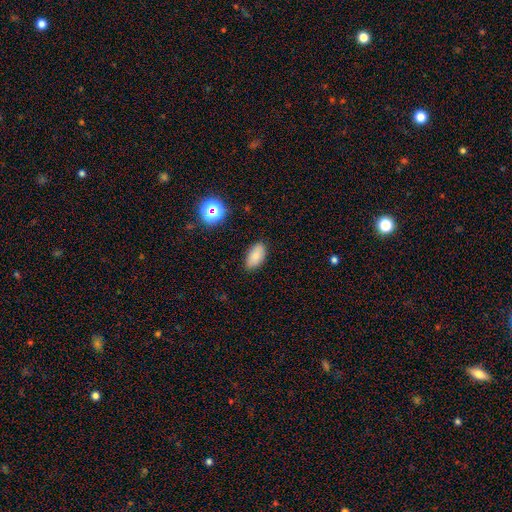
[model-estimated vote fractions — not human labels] Overall: smooth (81%). How rounded: in between (92%). Merging: none (85%).